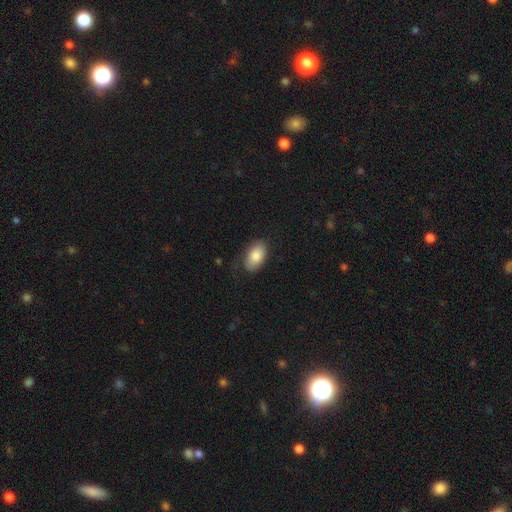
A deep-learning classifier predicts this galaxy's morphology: Smooth or featured: smooth — 84% (featured or disk — 10%)
How rounded: in between — 93% (round — 5%)
Merging: none — 71% (minor disturbance — 20%)